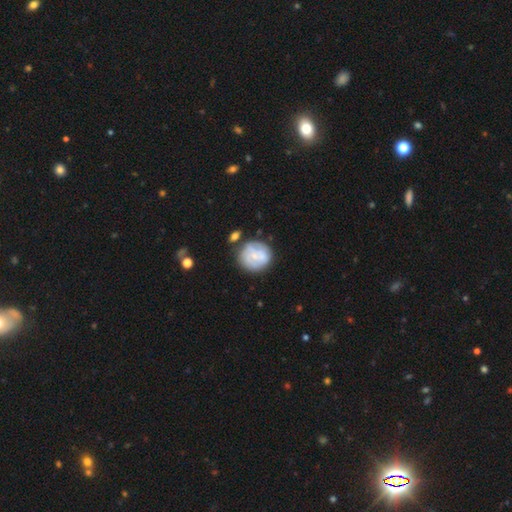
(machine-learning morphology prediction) Smooth or featured? featured or disk (48%)
Merging? none (63%)